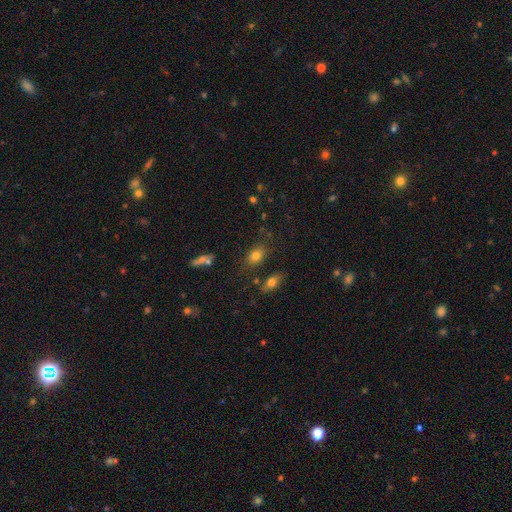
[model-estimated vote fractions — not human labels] A smooth galaxy with no disk features (78%) that is in between round and cigar-shaped (80%).

Vote fractions:
- Smooth or featured? smooth: 78% / star or artifact: 11% / featured or disk: 10%
- How rounded? in between: 80% / round: 18% / cigar-shaped: 3%
- Merging? none: 75% / minor disturbance: 14% / merger: 6% / major disturbance: 4%